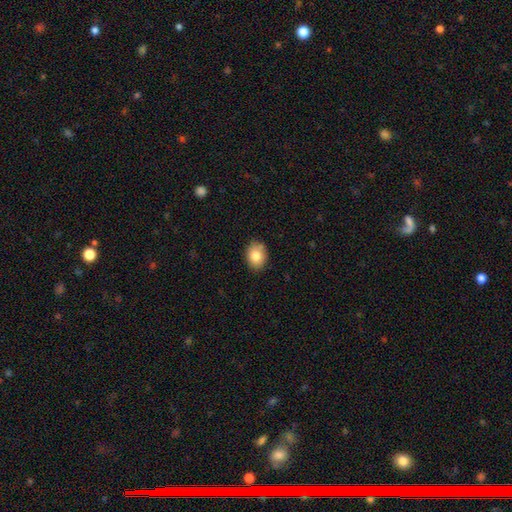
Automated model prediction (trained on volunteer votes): A smooth galaxy with no disk features (81%) that is in between round and cigar-shaped (59%).

Vote fractions:
- Smooth or featured? smooth: 81% / featured or disk: 11% / star or artifact: 9%
- How rounded? in between: 59% / round: 40% / cigar-shaped: 1%
- Merging? none: 83% / minor disturbance: 12% / major disturbance: 2% / merger: 2%